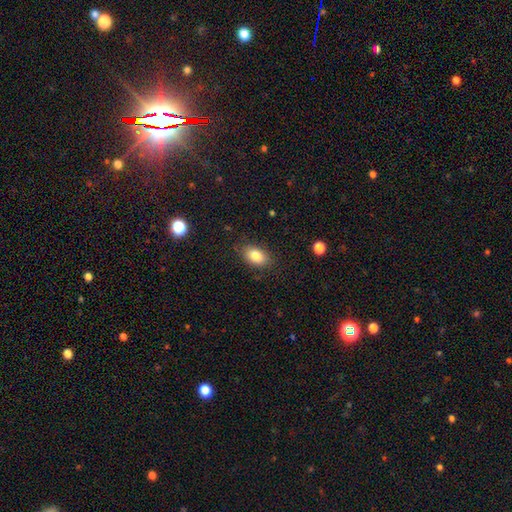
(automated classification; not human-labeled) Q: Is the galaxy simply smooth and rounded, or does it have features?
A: smooth — 83%.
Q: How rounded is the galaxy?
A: in between — 86%.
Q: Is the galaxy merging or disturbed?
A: none — 84%.